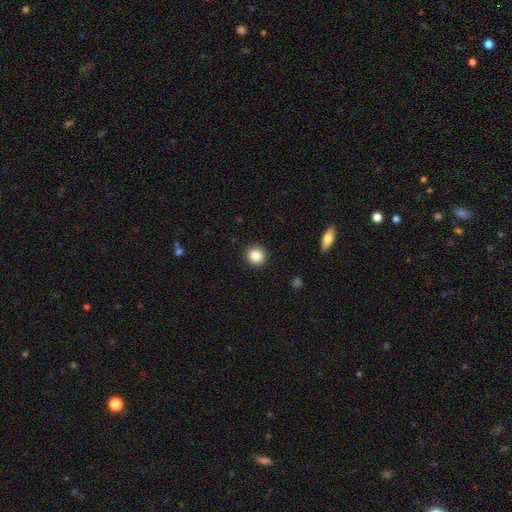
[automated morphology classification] Q: Smooth or featured?
A: smooth (85%); runner-up: star or artifact (10%)
Q: How rounded?
A: round (90%); runner-up: in between (9%)
Q: Merging?
A: none (92%); runner-up: minor disturbance (5%)